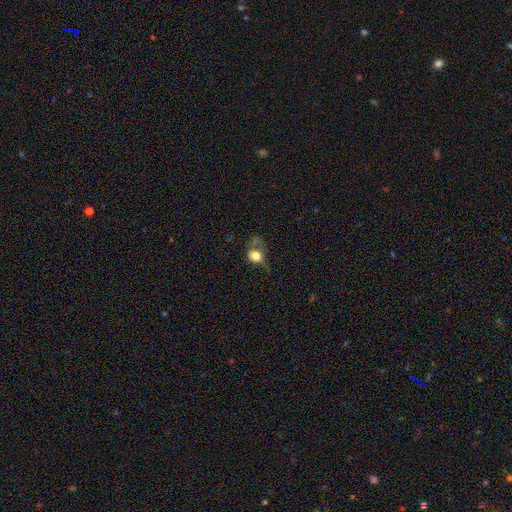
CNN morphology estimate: Q: Smooth or featured?
A: smooth (70%); runner-up: featured or disk (19%)
Q: How rounded?
A: round (62%); runner-up: in between (37%)
Q: Merging?
A: major disturbance (40%); runner-up: none (27%)